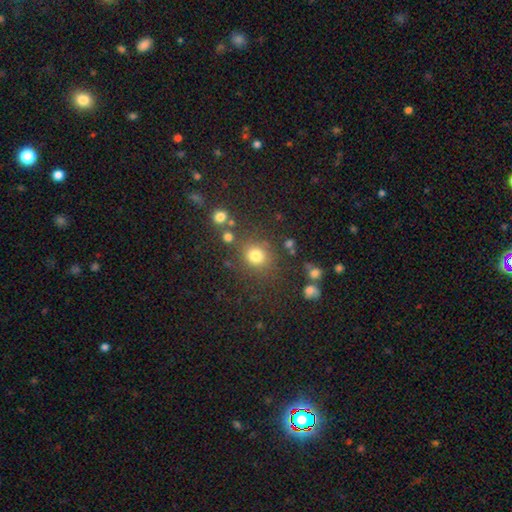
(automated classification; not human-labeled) smooth 77%, star or artifact 16%, featured or disk 7%. Down the decision tree: how rounded — round (83%); merging — none (76%).